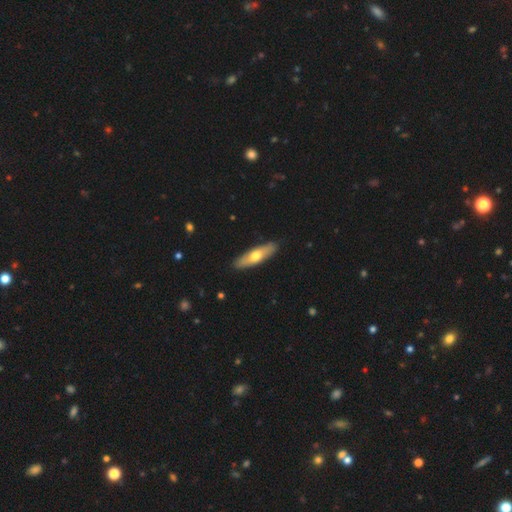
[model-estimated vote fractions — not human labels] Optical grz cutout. It shows a smooth galaxy with no disk features (54%) that is cigar-shaped (62%). Merging: none (90%).